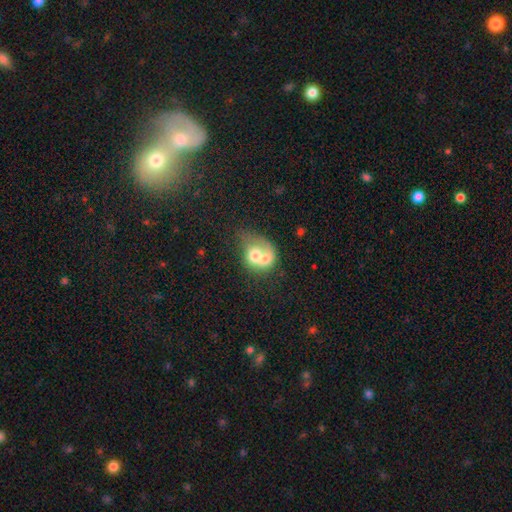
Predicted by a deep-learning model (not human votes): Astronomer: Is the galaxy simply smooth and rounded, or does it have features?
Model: smooth — 60%.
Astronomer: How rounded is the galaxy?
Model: round — 58% (runner-up: in between, 41%).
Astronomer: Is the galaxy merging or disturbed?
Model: merger — 72%.